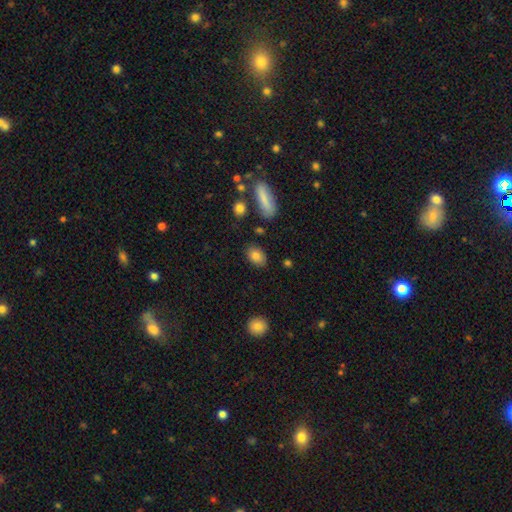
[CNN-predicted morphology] This is clearly a smooth galaxy (83%). How rounded: clearly in between (82%). Merging: clearly none (83%).